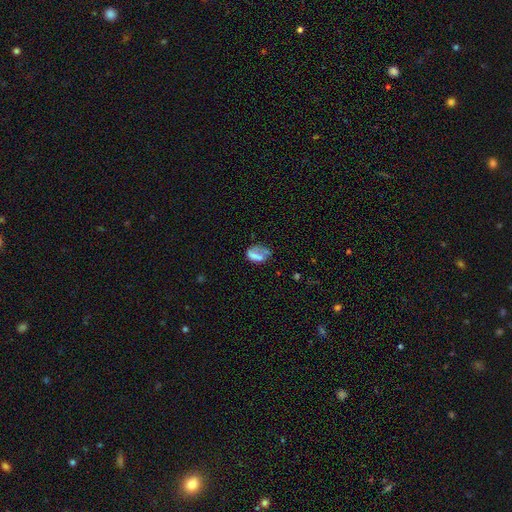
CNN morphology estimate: smooth_or_featured: smooth (p=0.59) [alt: featured or disk p=0.30]
how_rounded: in between (p=0.80) [alt: round p=0.14]
merging: major disturbance (p=0.33) [alt: none p=0.32]